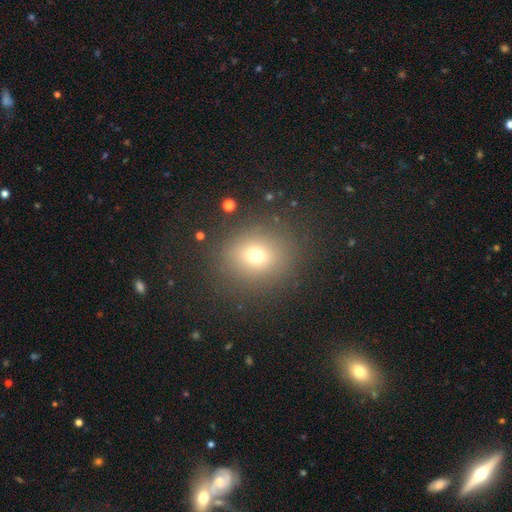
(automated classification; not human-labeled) The model was most divided on "smooth or featured": smooth: 68%, star or artifact: 20%, featured or disk: 12%. More confident: merging — none (86%); how rounded — round (79%).